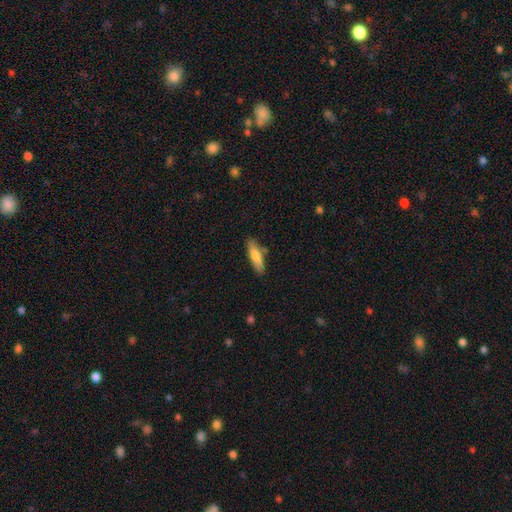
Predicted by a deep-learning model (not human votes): The model was most divided on "how rounded": cigar-shaped: 60%, in between: 39%, round: 2%. More confident: merging — none (77%); smooth or featured — smooth (75%).